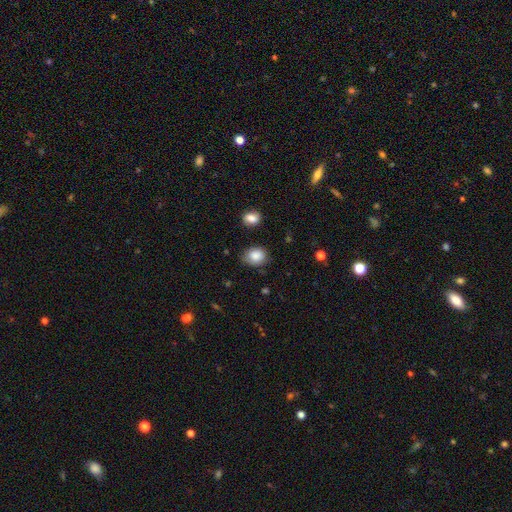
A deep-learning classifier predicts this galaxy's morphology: Overall: smooth (86%). How rounded: round (51%; in between 49%). Merging: none (75%).